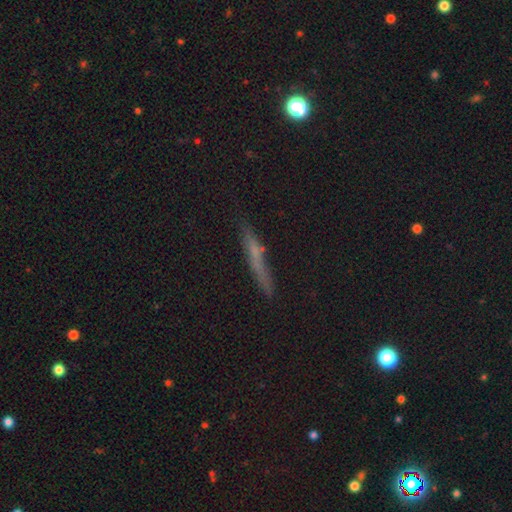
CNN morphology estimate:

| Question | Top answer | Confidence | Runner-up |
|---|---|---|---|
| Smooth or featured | smooth | 49% | featured or disk (36%) |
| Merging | none | 80% | minor disturbance (14%) |